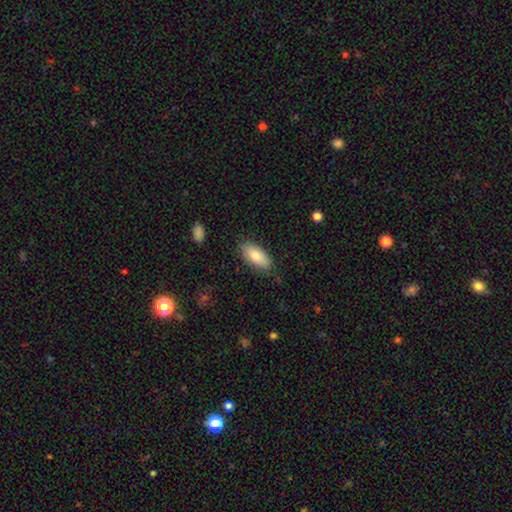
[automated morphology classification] A smooth galaxy with no disk features (80%) that is in between round and cigar-shaped (88%). Merging: none (81%).